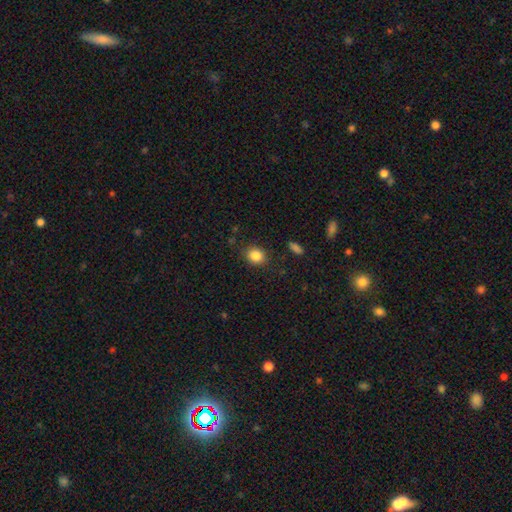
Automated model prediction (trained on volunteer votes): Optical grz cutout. It shows a smooth galaxy with no disk features (86%) that is round (65%). Merging: none (86%).